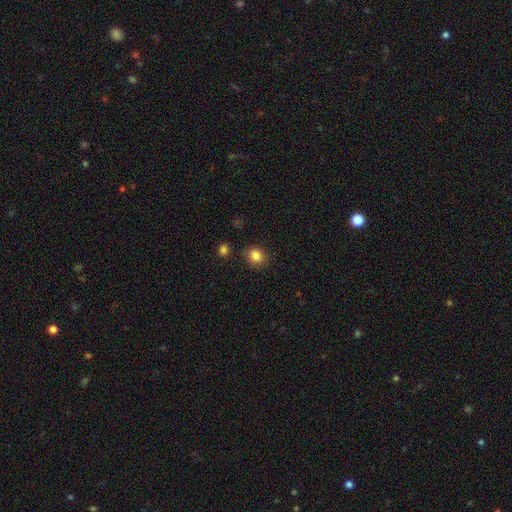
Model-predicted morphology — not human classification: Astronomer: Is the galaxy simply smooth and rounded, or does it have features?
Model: smooth — 85%.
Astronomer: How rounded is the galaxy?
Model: round — 76%.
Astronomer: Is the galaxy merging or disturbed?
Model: none — 86%.